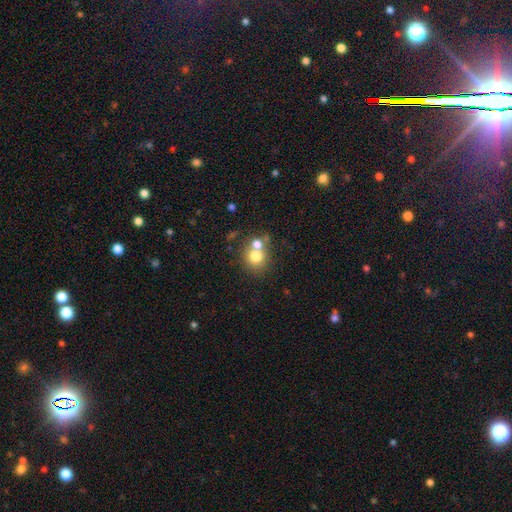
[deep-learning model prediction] This is likely a smooth galaxy (74%). How rounded: clearly round (83%). Merging: marginally merger (45%).